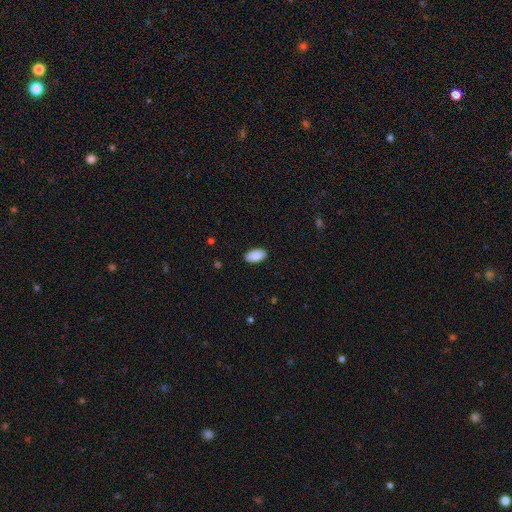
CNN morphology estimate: This appears to be a smooth galaxy with no disk features (89%) that is in between round and cigar-shaped (94%). Merging: none (88%).